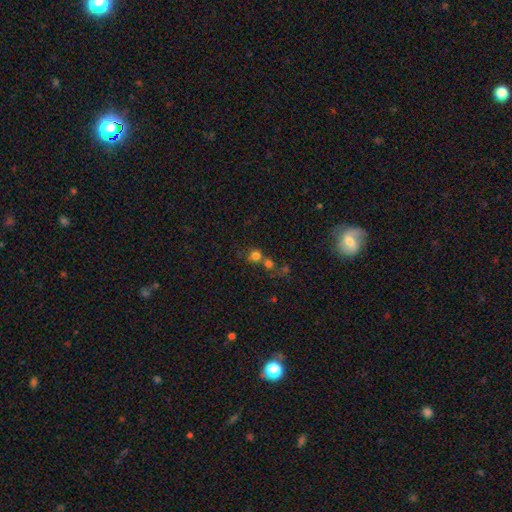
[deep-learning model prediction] This appears to be a smooth galaxy with no disk features (74%) that is round (85%). Merging: none (46%).